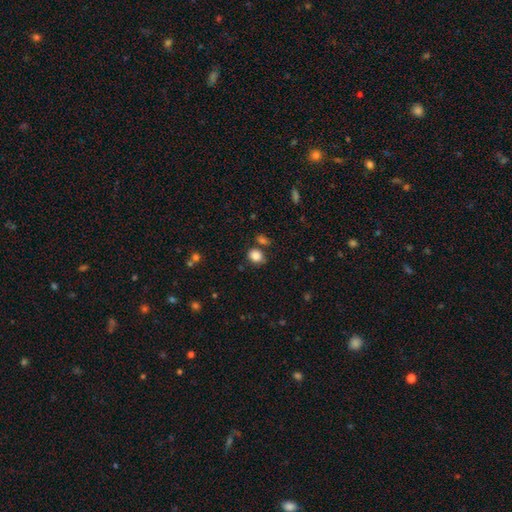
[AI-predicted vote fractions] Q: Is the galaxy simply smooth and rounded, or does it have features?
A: smooth — 85%.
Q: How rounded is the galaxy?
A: round — 56%.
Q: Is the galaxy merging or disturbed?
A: none — 72%.